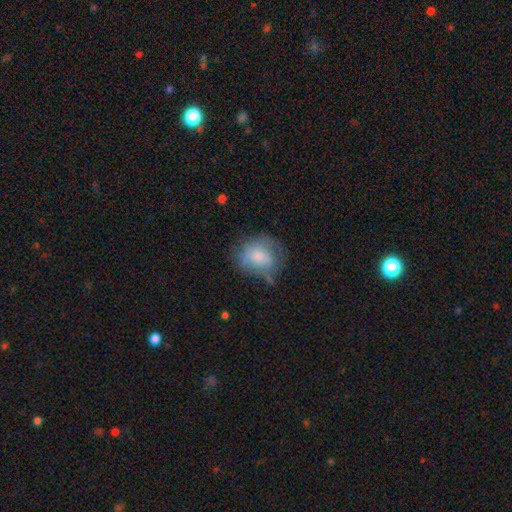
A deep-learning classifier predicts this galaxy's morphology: Smooth or featured?
  - smooth: 65% *
  - featured or disk: 25%
  - star or artifact: 9%
How rounded?
  - round: 65% *
  - in between: 34%
  - cigar-shaped: 1%
Merging?
  - none: 51% *
  - minor disturbance: 30%
  - major disturbance: 16%
  - merger: 3%